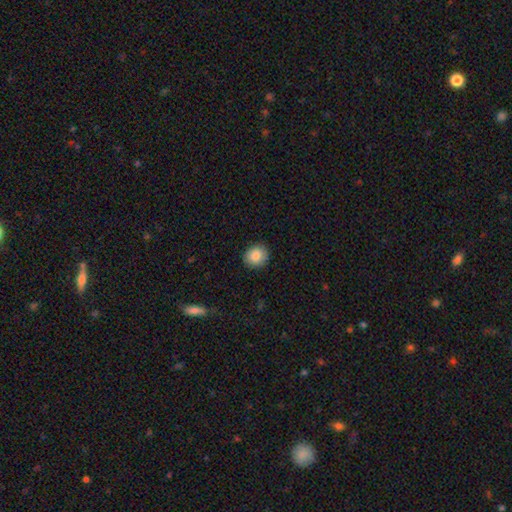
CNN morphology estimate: smooth_or_featured: smooth (p=0.87) [alt: star or artifact p=0.08]
how_rounded: round (p=0.79) [alt: in between p=0.20]
merging: none (p=0.89) [alt: minor disturbance p=0.08]